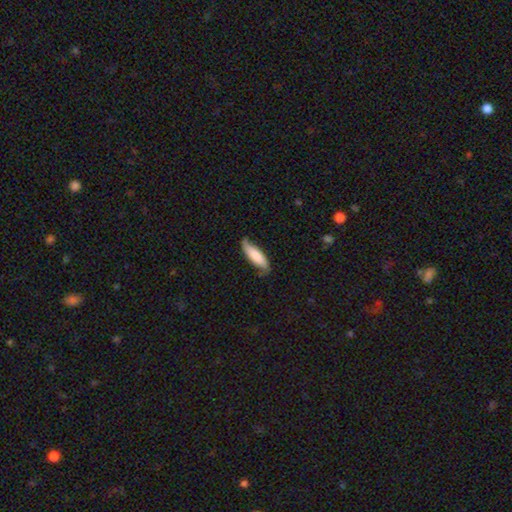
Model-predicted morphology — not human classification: A smooth galaxy with no disk features (73%) that is in between round and cigar-shaped (50%). Merging: none (63%).